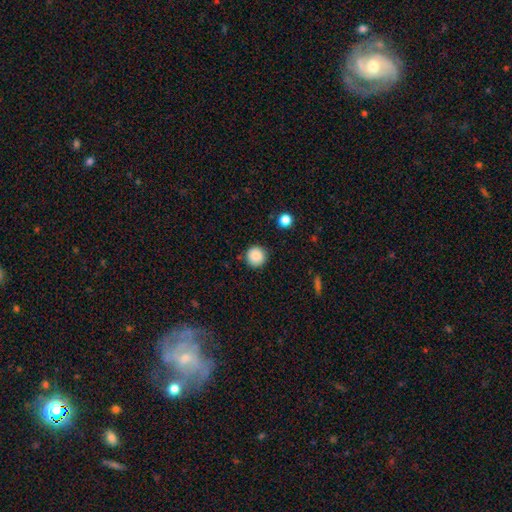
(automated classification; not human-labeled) This appears to be a smooth galaxy with no disk features (88%) that is round (96%). Merging: none (90%).